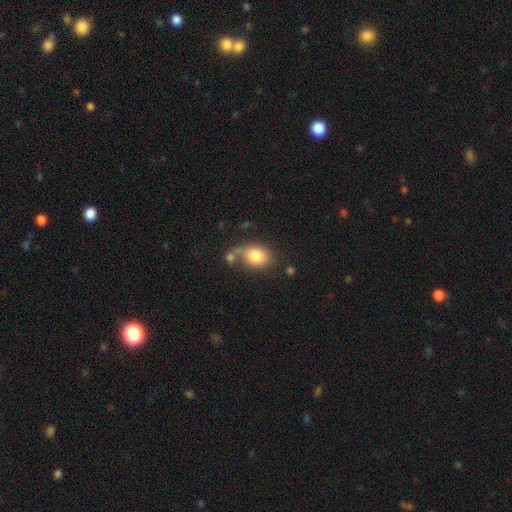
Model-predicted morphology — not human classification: smooth-or-featured: smooth: 80% | featured or disk: 12% | star or artifact: 8%
  how-rounded: in between: 64% | round: 35% | cigar-shaped: 1%
  merging: none: 48% | merger: 22% | minor disturbance: 19% | major disturbance: 11%